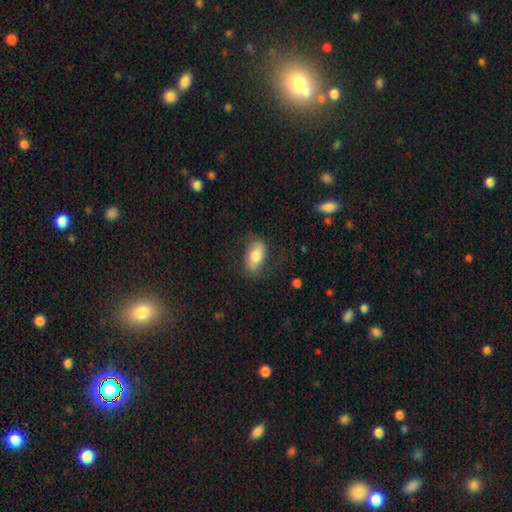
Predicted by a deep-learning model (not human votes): A smooth galaxy with no disk features (71%) that is in between round and cigar-shaped (90%). Merging: none (72%).